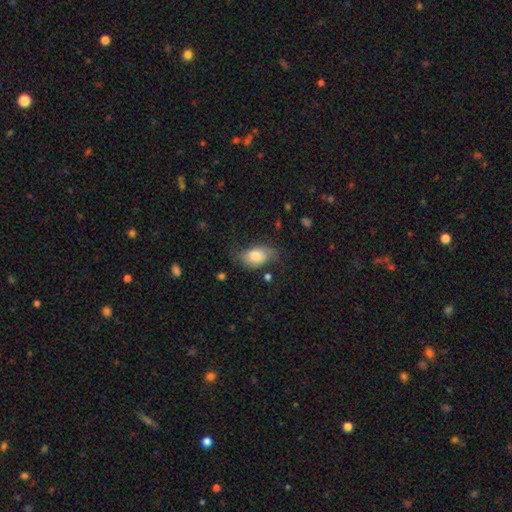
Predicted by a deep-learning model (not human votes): Overall: smooth (66%). How rounded: in between (86%). Merging: none (53%; minor disturbance 29%).